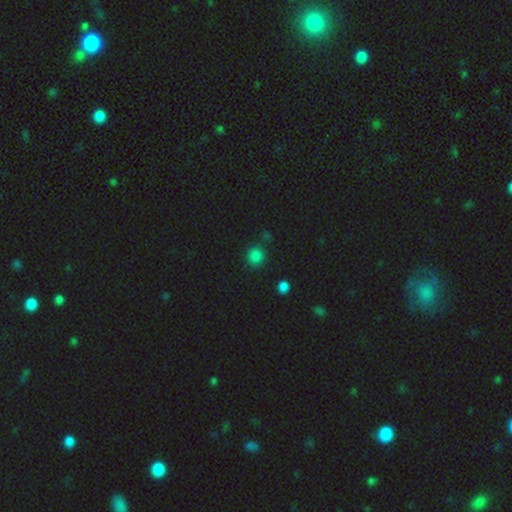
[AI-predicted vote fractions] smooth_or_featured: smooth (p=0.80) [alt: star or artifact p=0.16]
how_rounded: round (p=0.90) [alt: in between p=0.09]
merging: none (p=0.84) [alt: minor disturbance p=0.09]